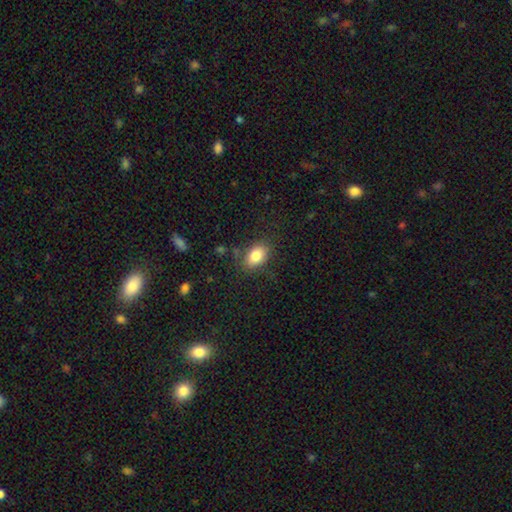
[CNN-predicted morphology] Smooth or featured? Predicted: smooth (p=0.82). How rounded? Predicted: in between (p=0.84). Merging? Predicted: none (p=0.80).